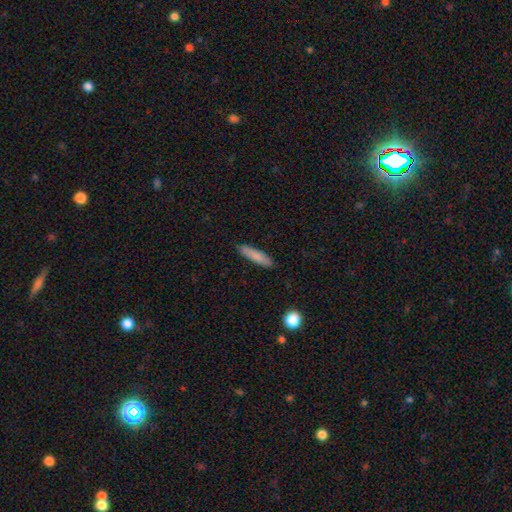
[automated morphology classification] The model was most divided on "how rounded": cigar-shaped: 82%, in between: 16%, round: 1%. More confident: merging — none (87%); smooth or featured — smooth (81%).